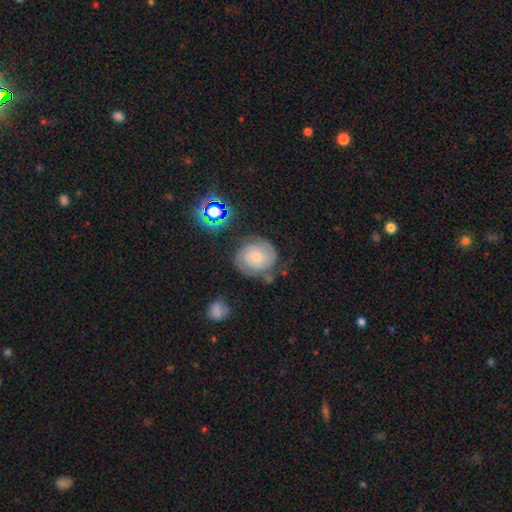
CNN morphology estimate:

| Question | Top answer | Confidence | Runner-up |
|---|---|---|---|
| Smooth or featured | featured or disk | 74% | smooth (17%) |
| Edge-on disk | no | 98% | yes (2%) |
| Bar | no | 72% | weak (23%) |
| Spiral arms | yes | 95% | no (5%) |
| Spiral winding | tight | 71% | medium (24%) |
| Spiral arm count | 2 | 70% | can't tell (15%) |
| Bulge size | small | 64% | moderate (29%) |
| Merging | none | 69% | minor disturbance (19%) |